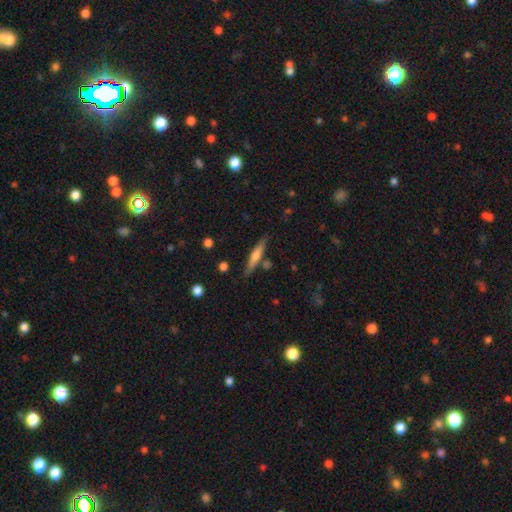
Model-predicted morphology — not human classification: Smooth or featured: smooth — 51% (featured or disk — 43%)
How rounded: cigar-shaped — 87% (in between — 11%)
Merging: none — 80% (minor disturbance — 11%)